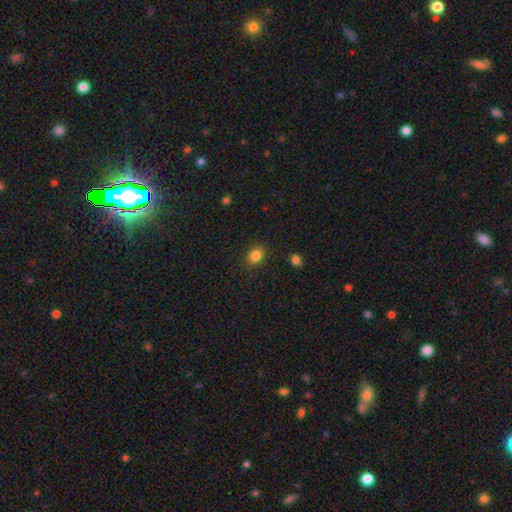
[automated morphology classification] Q: Smooth or featured?
A: smooth (84%); runner-up: star or artifact (11%)
Q: How rounded?
A: round (52%); runner-up: in between (47%)
Q: Merging?
A: none (86%); runner-up: minor disturbance (10%)